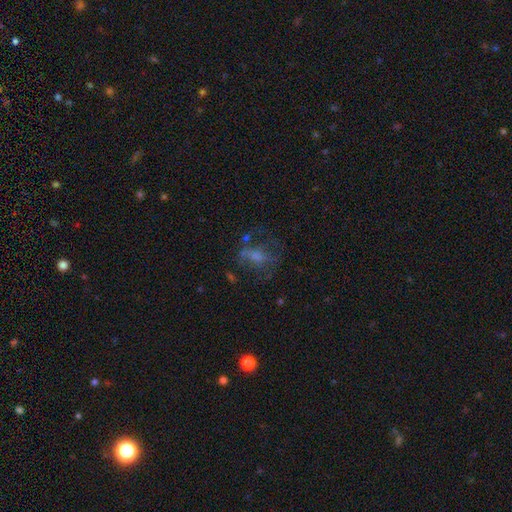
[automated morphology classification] The model was most divided on "smooth or featured": featured or disk: 43%, smooth: 32%, star or artifact: 24%. Remaining: merging — none (49%).